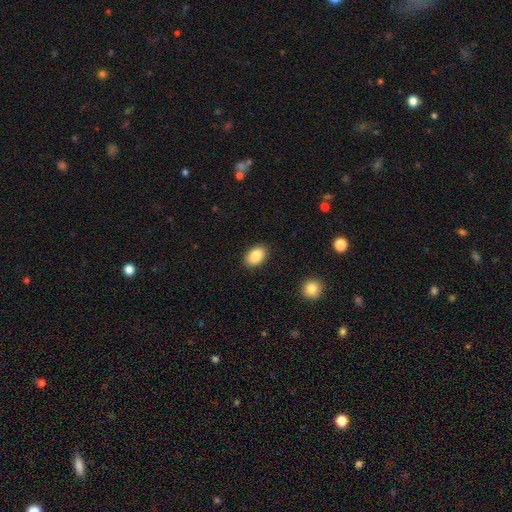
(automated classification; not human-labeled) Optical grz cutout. It shows a smooth galaxy with no disk features (88%) that is in between round and cigar-shaped (89%). Merging: none (89%).